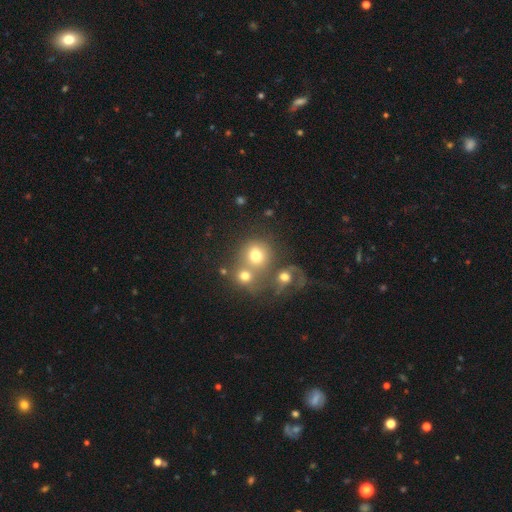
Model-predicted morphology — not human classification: This appears to be a smooth galaxy with no disk features (67%) that is round (75%). Merging: merger (48%).